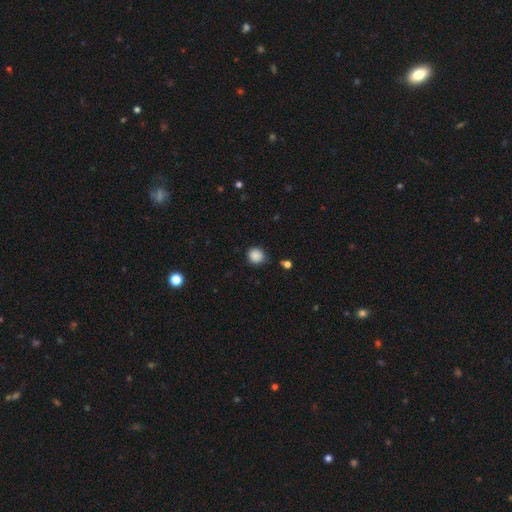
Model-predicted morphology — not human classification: The model was most divided on "merging": none: 80%, minor disturbance: 15%, major disturbance: 3%, merger: 2%. More confident: smooth or featured — smooth (87%); how rounded — round (85%).